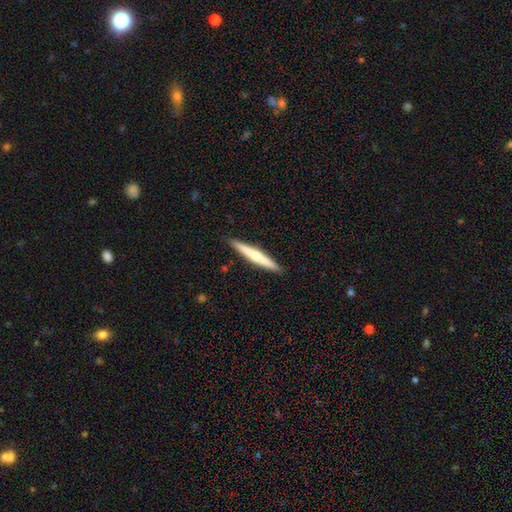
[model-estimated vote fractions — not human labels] Smooth or featured? Predicted: featured or disk (p=0.48). Merging? Predicted: none (p=0.92).